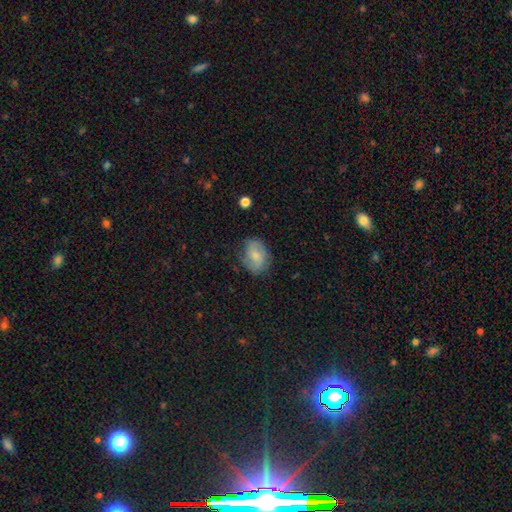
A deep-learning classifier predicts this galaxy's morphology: The model was most divided on "smooth or featured": smooth: 63%, featured or disk: 29%, star or artifact: 8%. More confident: merging — none (70%); how rounded — in between (70%).